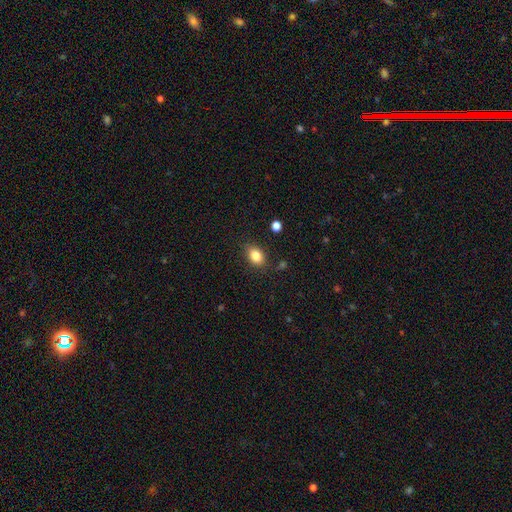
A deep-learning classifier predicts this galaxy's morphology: Smooth or featured?
  - smooth: 84% *
  - star or artifact: 9%
  - featured or disk: 7%
How rounded?
  - in between: 77% *
  - round: 21%
  - cigar-shaped: 1%
Merging?
  - none: 83% *
  - minor disturbance: 12%
  - major disturbance: 3%
  - merger: 2%